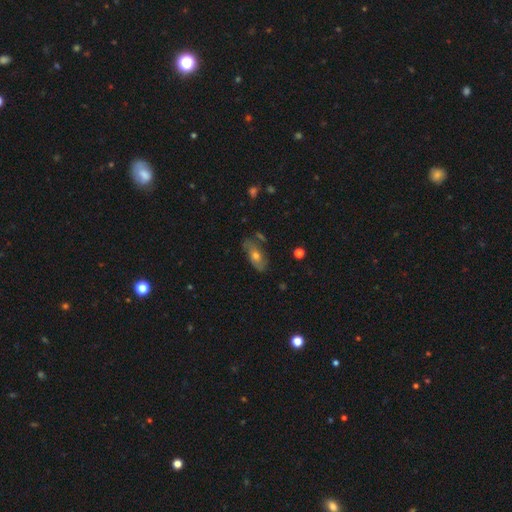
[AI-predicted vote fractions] Smooth or featured?
  - smooth: 51% *
  - featured or disk: 40%
  - star or artifact: 9%
How rounded?
  - in between: 78% *
  - cigar-shaped: 17%
  - round: 5%
Merging?
  - none: 71% *
  - minor disturbance: 19%
  - major disturbance: 5%
  - merger: 4%